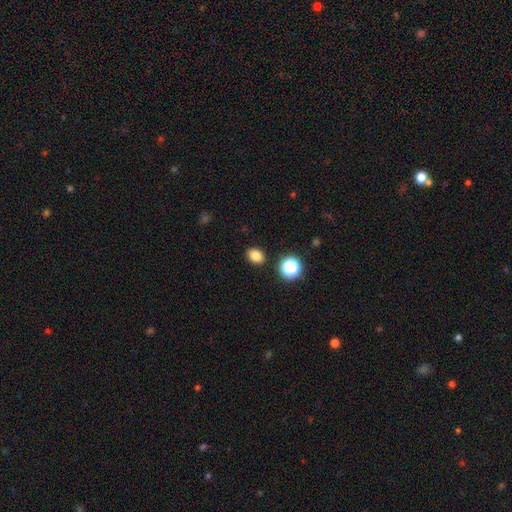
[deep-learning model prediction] This is clearly a smooth galaxy (81%). How rounded: possibly in between (51%). Merging: clearly none (89%).